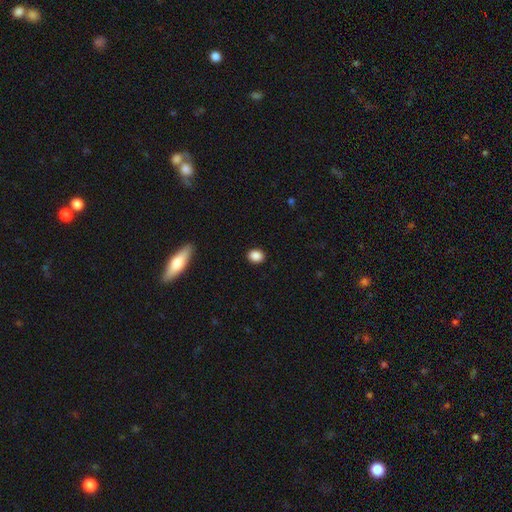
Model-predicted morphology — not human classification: smooth-or-featured: smooth: 88% | star or artifact: 9% | featured or disk: 3%
  how-rounded: in between: 52% | round: 47% | cigar-shaped: 1%
  merging: none: 90% | minor disturbance: 7% | major disturbance: 2% | merger: 1%